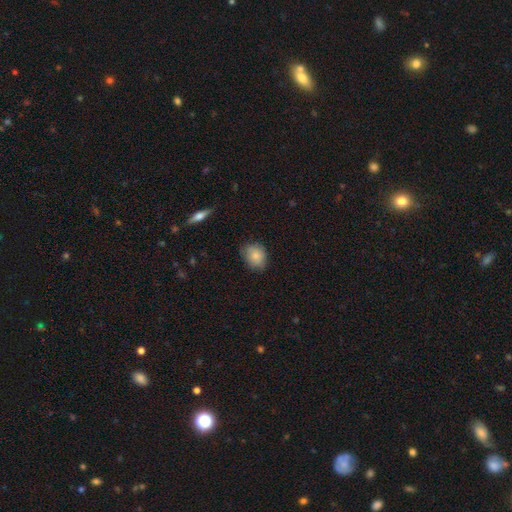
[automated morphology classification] Smooth or featured: smooth — 84% (featured or disk — 9%)
How rounded: in between — 50% (round — 49%)
Merging: none — 74% (minor disturbance — 21%)